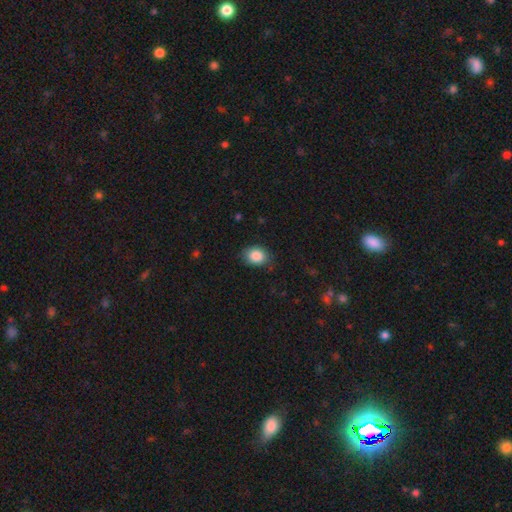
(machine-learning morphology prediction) smooth_or_featured: smooth (p=0.87) [alt: star or artifact p=0.08]
how_rounded: in between (p=0.55) [alt: round p=0.44]
merging: none (p=0.82) [alt: minor disturbance p=0.14]